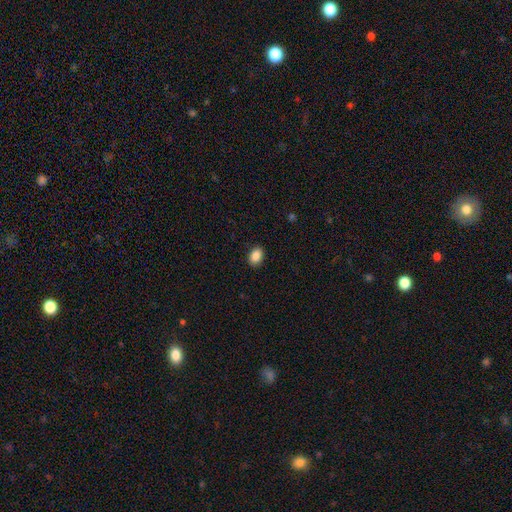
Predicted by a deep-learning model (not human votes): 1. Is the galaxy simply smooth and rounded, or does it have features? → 88% smooth, 8% star or artifact, 4% featured or disk.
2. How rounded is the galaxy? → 77% in between, 22% round, 1% cigar-shaped.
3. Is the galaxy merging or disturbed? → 89% none, 8% minor disturbance, 2% major disturbance, 1% merger.